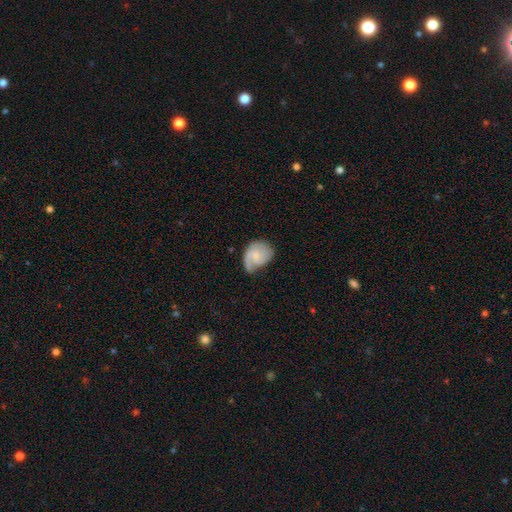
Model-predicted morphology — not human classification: This is likely a featured or disk galaxy (64%). It is clearly not viewed edge-on (98%). Bar: likely no (65%). Spiral arm pattern: clearly yes (90%). Spiral arm count: possibly 1 (46%). Spiral winding: marginally medium (41%). Central bulge: possibly small (58%). Merging: marginally none (45%).